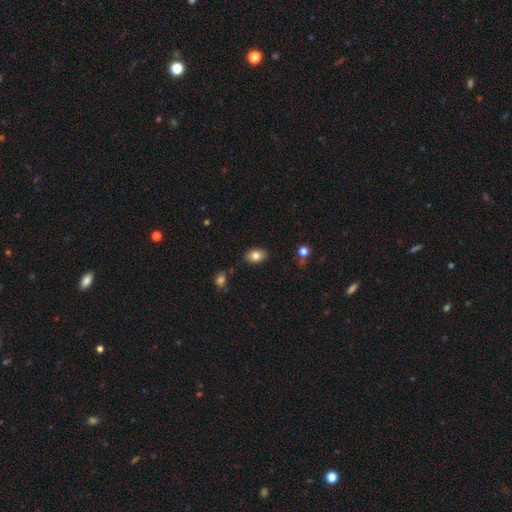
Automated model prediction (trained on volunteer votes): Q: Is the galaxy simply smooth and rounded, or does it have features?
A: smooth — 81%.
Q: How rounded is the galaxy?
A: in between — 84%.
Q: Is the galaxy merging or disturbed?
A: none — 85%.